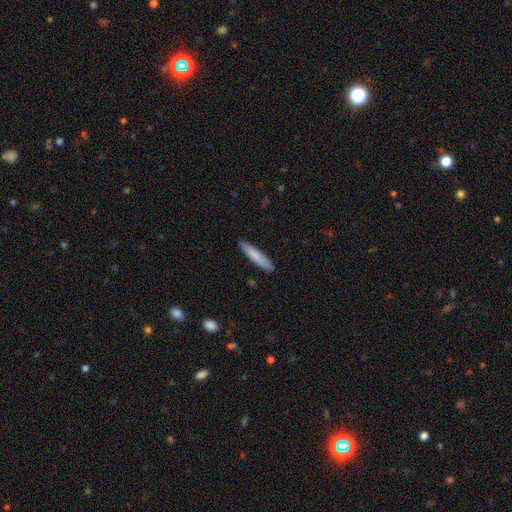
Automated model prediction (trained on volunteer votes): smooth_or_featured: smooth (p=0.82) [alt: featured or disk p=0.13]
how_rounded: cigar-shaped (p=0.90) [alt: in between p=0.09]
merging: none (p=0.89) [alt: minor disturbance p=0.08]